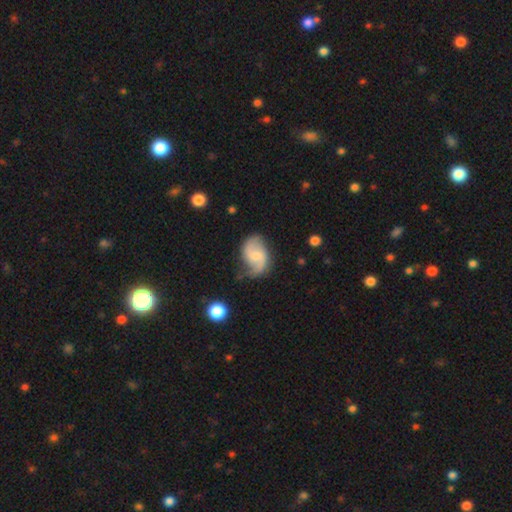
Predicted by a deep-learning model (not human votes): A featured or disk galaxy (76%) with a weak bar (53%), 2 (89%) loose (53%) spiral arms (94%) and a small central bulge (50%).

Vote fractions:
- Smooth or featured? featured or disk: 76% / smooth: 18% / star or artifact: 6%
- Edge-on disk? no: 98% / yes: 2%
- Bar? weak: 53% / no: 35% / strong: 12%
- Spiral arms? yes: 94% / no: 6%
- Spiral winding? loose: 53% / medium: 37% / tight: 10%
- Spiral arm count? 2: 89% / can't tell: 5% / 1: 4% / 3: 1% / 4: 1% / more than 4: 1%
- Bulge size? small: 50% / moderate: 33% / none: 12% / large: 3% / dominant: 1%
- Merging? none: 64% / minor disturbance: 23% / major disturbance: 10% / merger: 3%